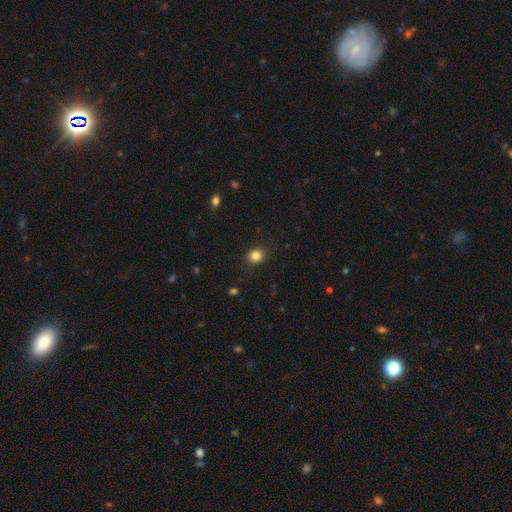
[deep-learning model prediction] A smooth galaxy with no disk features (84%) that is round (79%). Merging: none (90%).